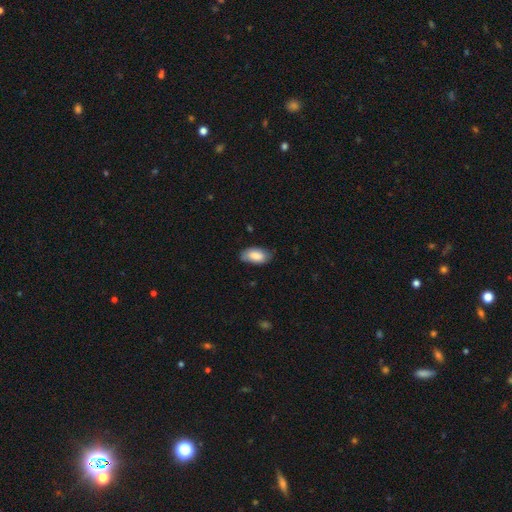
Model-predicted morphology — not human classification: Overall: smooth (80%). How rounded: in between (94%). Merging: none (75%).